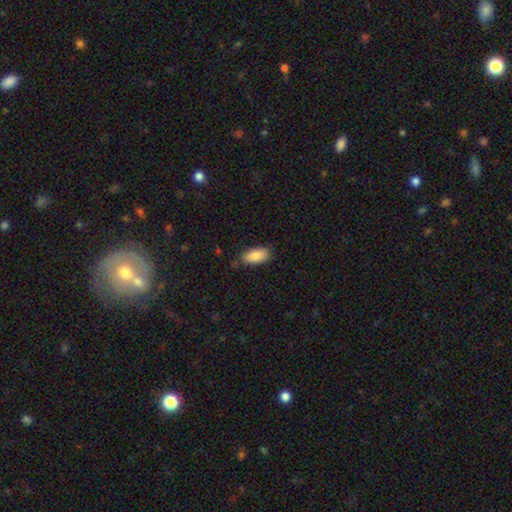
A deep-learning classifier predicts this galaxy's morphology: smooth 87%, star or artifact 7%, featured or disk 6%. Down the decision tree: how rounded — in between (91%); merging — none (77%).